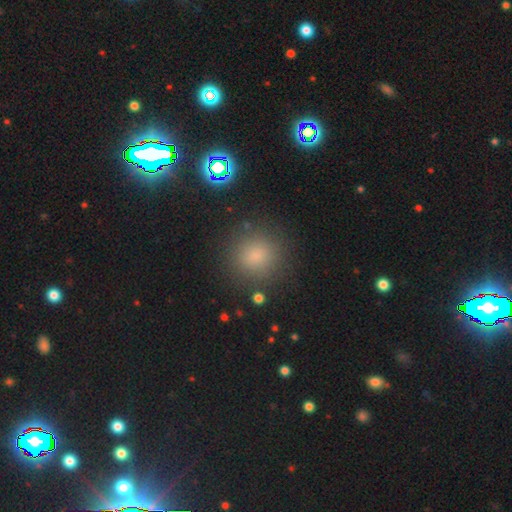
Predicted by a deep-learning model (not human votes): smooth-or-featured: smooth: 79% | star or artifact: 15% | featured or disk: 6%
  how-rounded: round: 91% | in between: 7% | cigar-shaped: 1%
  merging: none: 86% | minor disturbance: 8% | major disturbance: 3% | merger: 2%